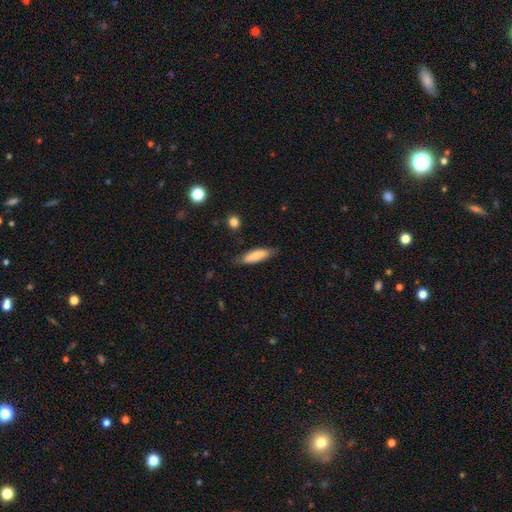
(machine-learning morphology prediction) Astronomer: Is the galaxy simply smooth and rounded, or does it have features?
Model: smooth — 73%.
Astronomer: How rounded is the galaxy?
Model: cigar-shaped — 51% (runner-up: in between, 47%).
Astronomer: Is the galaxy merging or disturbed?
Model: none — 74%.